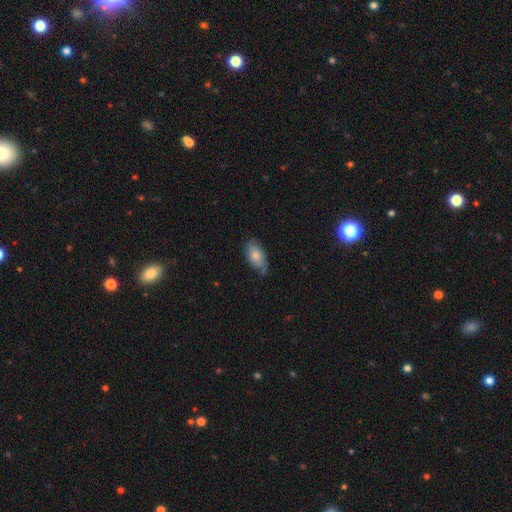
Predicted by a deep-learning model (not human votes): Smooth or featured?
  - smooth: 69% *
  - featured or disk: 25%
  - star or artifact: 7%
How rounded?
  - in between: 93% *
  - round: 4%
  - cigar-shaped: 3%
Merging?
  - none: 62% *
  - minor disturbance: 30%
  - major disturbance: 7%
  - merger: 2%